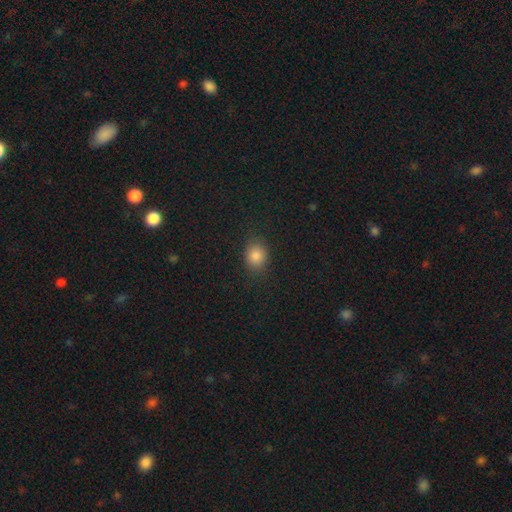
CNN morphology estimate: This appears to be a smooth galaxy with no disk features (84%) that is round (56%). Merging: none (83%).